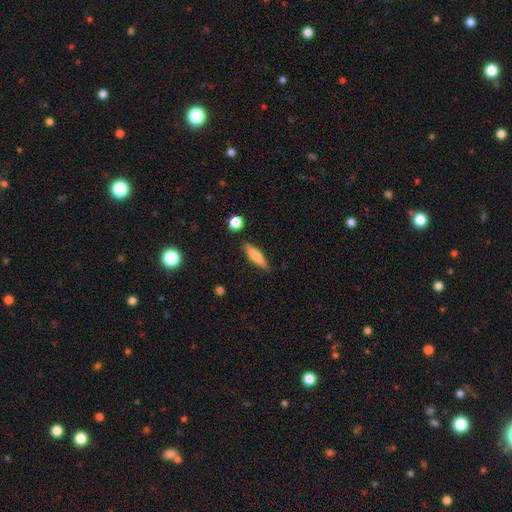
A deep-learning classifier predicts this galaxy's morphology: smooth-or-featured: smooth: 74% | featured or disk: 20% | star or artifact: 7%
  how-rounded: cigar-shaped: 73% | in between: 25% | round: 2%
  merging: none: 87% | minor disturbance: 9% | merger: 2% | major disturbance: 2%